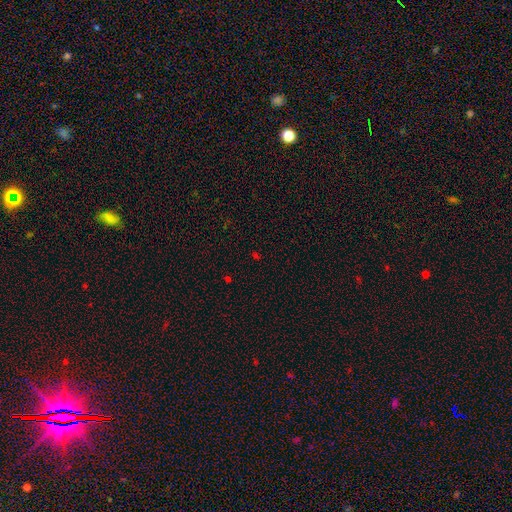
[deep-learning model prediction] The model was most divided on "smooth or featured": star or artifact: 59%, smooth: 33%, featured or disk: 7%.